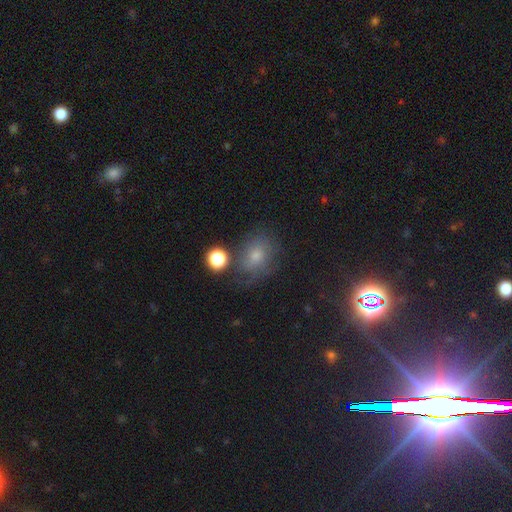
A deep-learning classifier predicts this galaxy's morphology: Smooth or featured?
  - smooth: 54% *
  - featured or disk: 25%
  - star or artifact: 21%
How rounded?
  - in between: 54% *
  - round: 45%
  - cigar-shaped: 2%
Merging?
  - none: 57% *
  - minor disturbance: 23%
  - major disturbance: 13%
  - merger: 7%